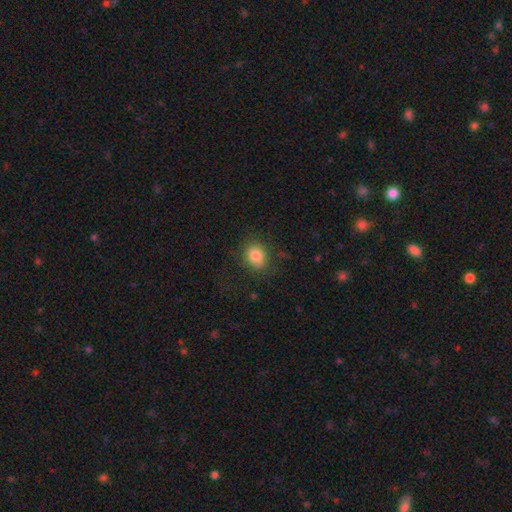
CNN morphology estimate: smooth-or-featured: smooth: 83% | star or artifact: 9% | featured or disk: 8%
  how-rounded: round: 57% | in between: 42% | cigar-shaped: 1%
  merging: none: 78% | minor disturbance: 14% | major disturbance: 7% | merger: 1%